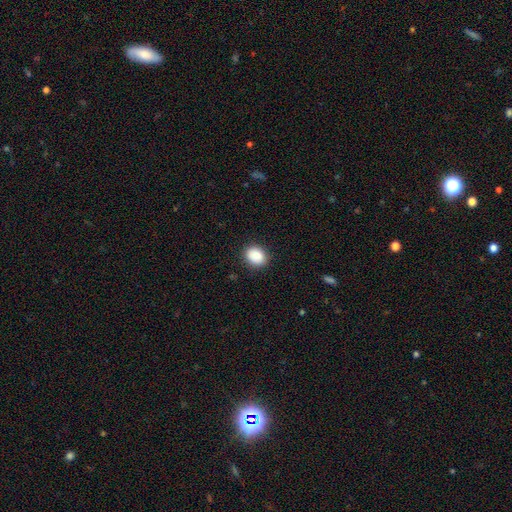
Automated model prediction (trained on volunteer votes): This is clearly a smooth galaxy (88%). How rounded: possibly round (54%). Merging: clearly none (88%).